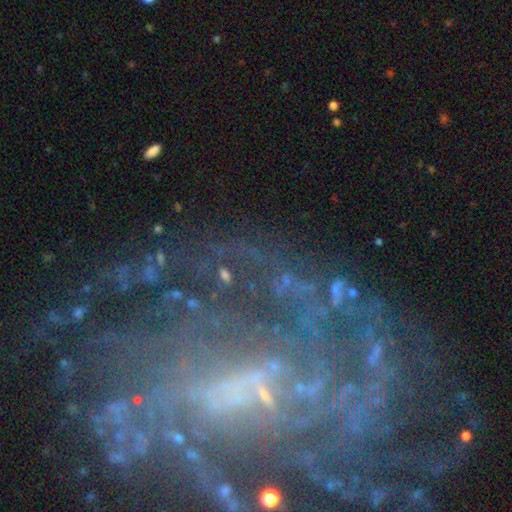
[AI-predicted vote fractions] Smooth or featured?
  - featured or disk: 83% *
  - star or artifact: 11%
  - smooth: 6%
Edge-on disk?
  - no: 97% *
  - yes: 3%
Bar?
  - no: 39% *
  - weak: 37%
  - strong: 24%
Spiral arms?
  - yes: 90% *
  - no: 10%
Spiral winding?
  - tight: 49% *
  - medium: 35%
  - loose: 16%
Spiral arm count?
  - can't tell: 34% *
  - 2: 17%
  - 3: 14%
  - 4: 13%
  - more than 4: 12%
  - 1: 9%
Bulge size?
  - small: 45% *
  - none: 33%
  - moderate: 17%
  - large: 4%
  - dominant: 2%
Merging?
  - none: 64% *
  - major disturbance: 17%
  - minor disturbance: 16%
  - merger: 3%